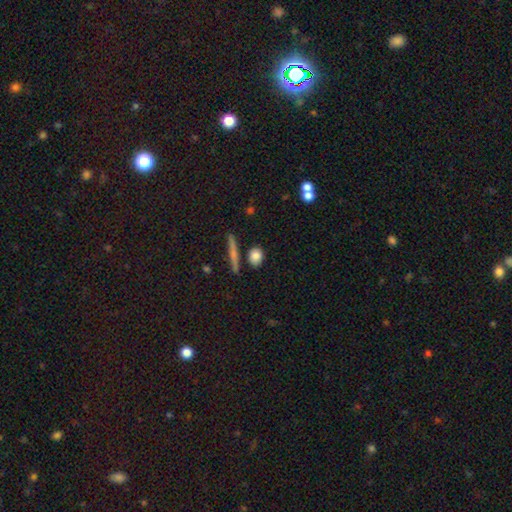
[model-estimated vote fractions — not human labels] Smooth or featured? Predicted: smooth (p=0.81). How rounded? Predicted: round (p=0.49). Merging? Predicted: none (p=0.77).